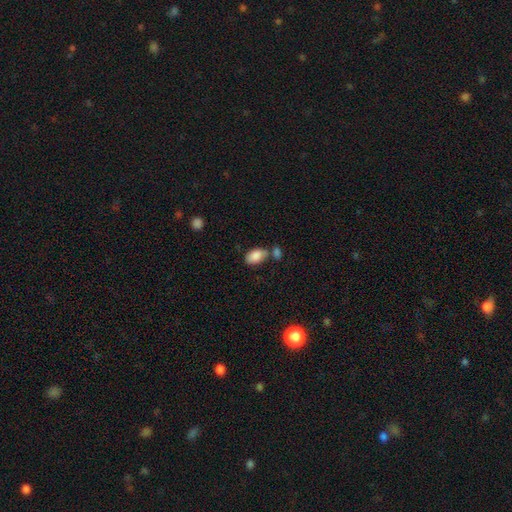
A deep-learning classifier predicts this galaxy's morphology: Q: Smooth or featured?
A: smooth (87%); runner-up: star or artifact (7%)
Q: How rounded?
A: in between (92%); runner-up: round (7%)
Q: Merging?
A: none (56%); runner-up: merger (24%)